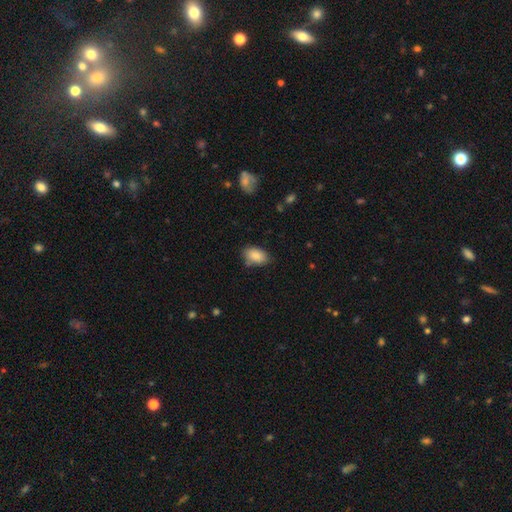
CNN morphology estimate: This appears to be a smooth galaxy with no disk features (86%) that is in between round and cigar-shaped (91%). Merging: none (75%).